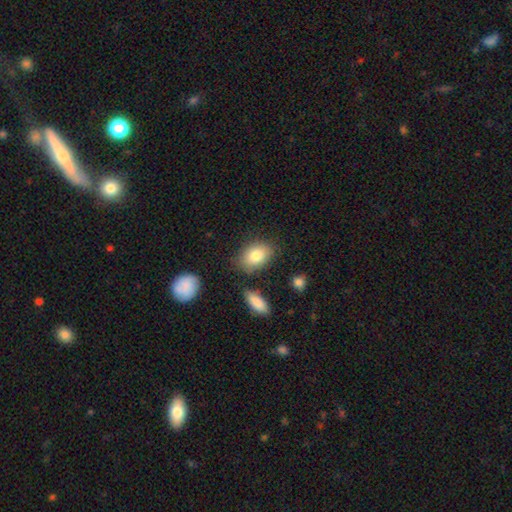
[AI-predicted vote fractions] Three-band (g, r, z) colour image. It shows a smooth galaxy with no disk features (83%) that is in between round and cigar-shaped (85%). Merging: none (76%).